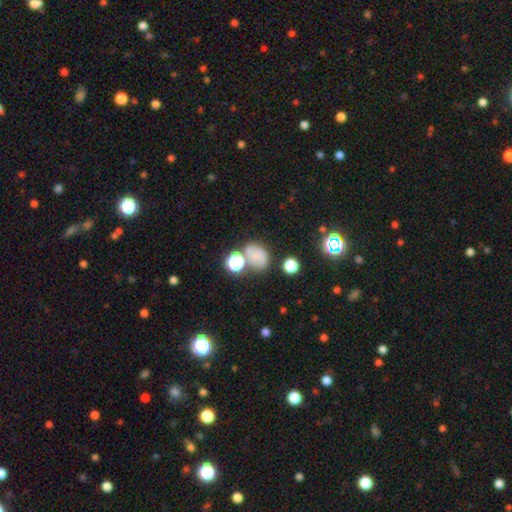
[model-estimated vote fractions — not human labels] Smooth or featured? Predicted: smooth (p=0.60). How rounded? Predicted: in between (p=0.59). Merging? Predicted: none (p=0.48).